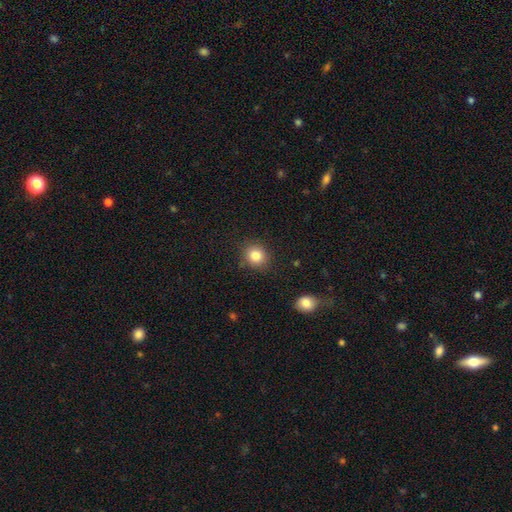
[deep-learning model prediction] Smooth or featured: smooth — 83% (star or artifact — 11%)
How rounded: round — 77% (in between — 22%)
Merging: none — 87% (minor disturbance — 9%)